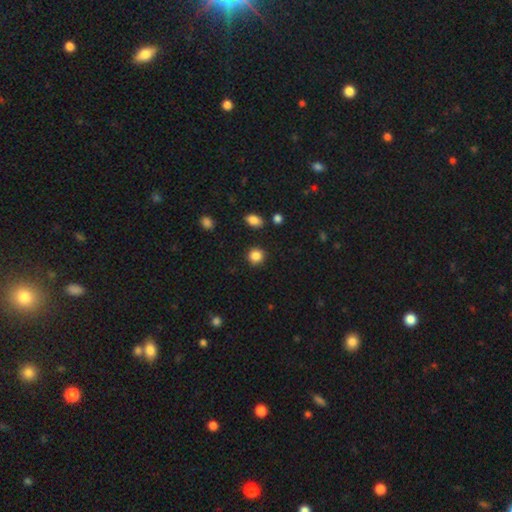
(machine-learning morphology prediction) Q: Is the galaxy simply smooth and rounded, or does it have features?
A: smooth — 87%.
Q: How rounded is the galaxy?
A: round — 90%.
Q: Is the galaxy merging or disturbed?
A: none — 90%.